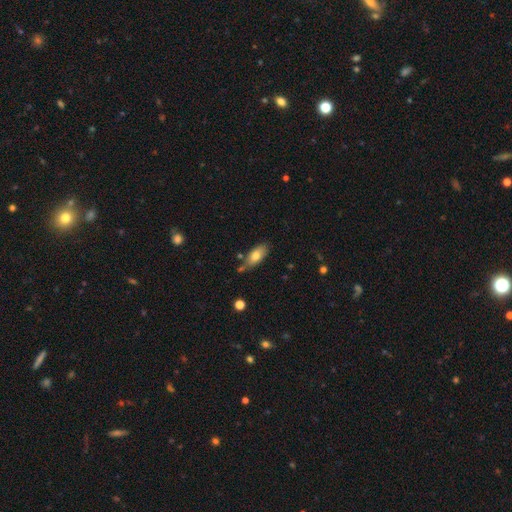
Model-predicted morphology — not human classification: This appears to be a smooth galaxy with no disk features (75%) that is in between round and cigar-shaped (85%). Merging: none (63%).